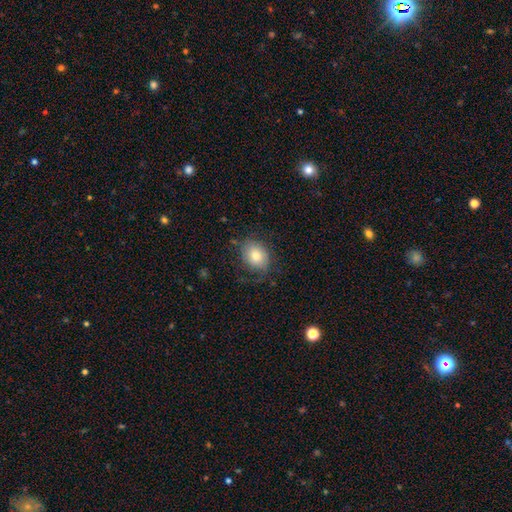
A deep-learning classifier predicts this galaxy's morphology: Smooth or featured? smooth (75%)
How rounded? in between (53%)
Merging? none (65%)